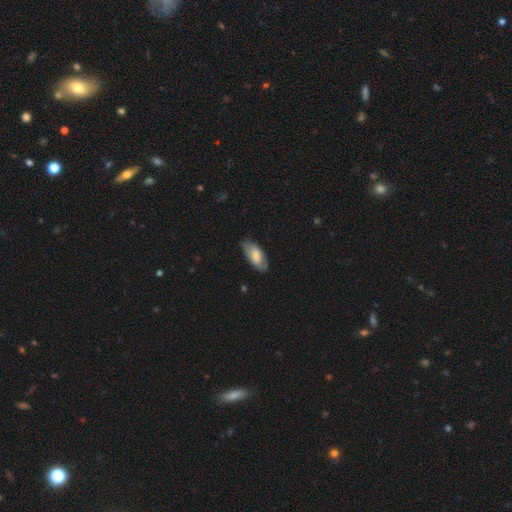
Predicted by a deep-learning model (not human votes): Overall: smooth (67%; featured or disk 27%). How rounded: in between (89%). Merging: none (79%).